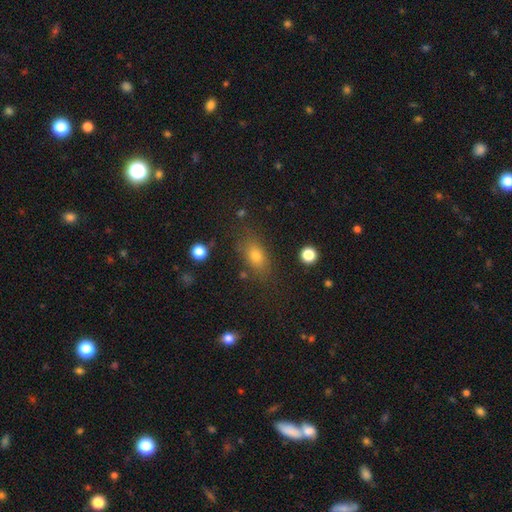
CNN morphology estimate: The model was most divided on "smooth or featured": smooth: 74%, star or artifact: 14%, featured or disk: 12%. More confident: merging — none (78%); how rounded — in between (75%).